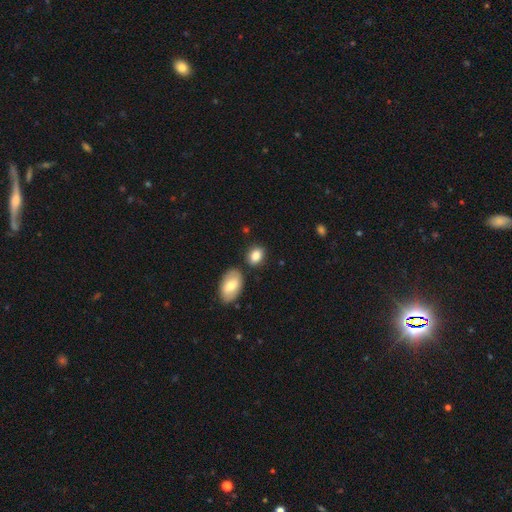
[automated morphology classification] A smooth galaxy with no disk features (85%) that is in between round and cigar-shaped (76%). Merging: none (74%).